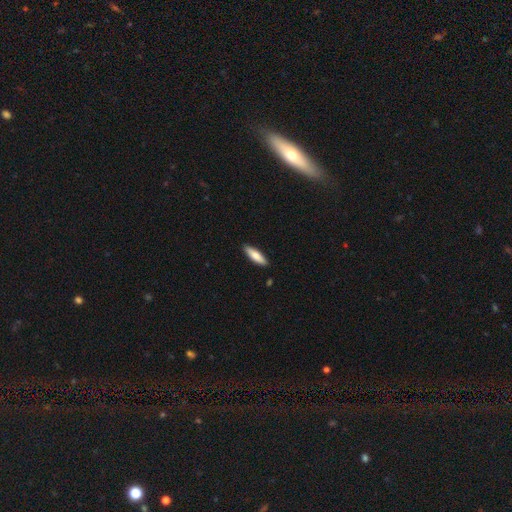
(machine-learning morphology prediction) smooth-or-featured: smooth: 77% | featured or disk: 18% | star or artifact: 5%
  how-rounded: cigar-shaped: 61% | in between: 38% | round: 2%
  merging: none: 89% | minor disturbance: 8% | major disturbance: 2% | merger: 1%